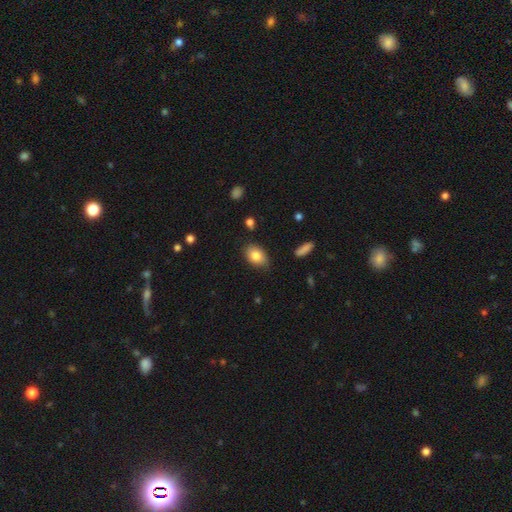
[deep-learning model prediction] Smooth or featured?
  - smooth: 83% *
  - featured or disk: 10%
  - star or artifact: 8%
How rounded?
  - in between: 86% *
  - round: 13%
  - cigar-shaped: 1%
Merging?
  - none: 78% *
  - minor disturbance: 17%
  - major disturbance: 3%
  - merger: 2%